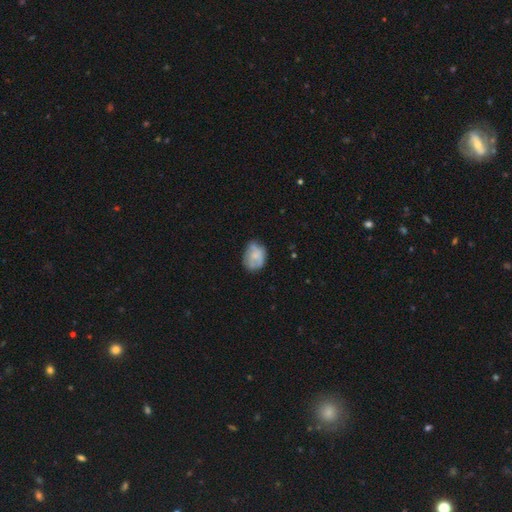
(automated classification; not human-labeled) smooth_or_featured: smooth (p=0.59) [alt: featured or disk p=0.33]
how_rounded: in between (p=0.57) [alt: round p=0.42]
merging: none (p=0.57) [alt: minor disturbance p=0.30]